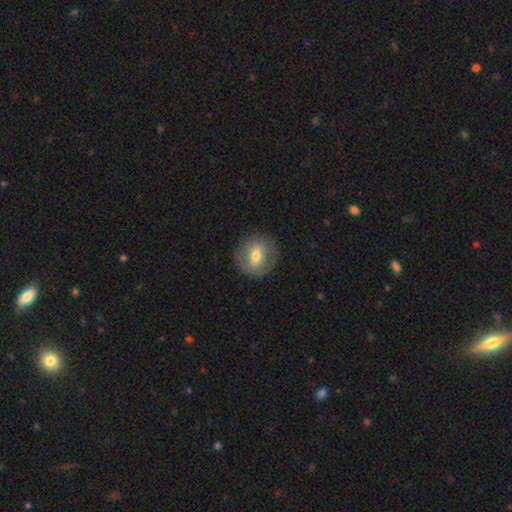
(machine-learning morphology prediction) A smooth galaxy with no disk features (46%, tied with featured or disk).

Vote fractions:
- Smooth or featured? smooth: 46% (tied) / featured or disk: 46% (tied) / star or artifact: 8%
- Merging? none: 85% / minor disturbance: 10% / major disturbance: 4% / merger: 1%